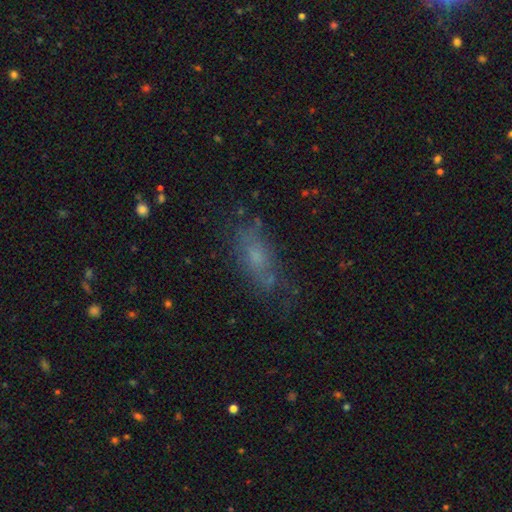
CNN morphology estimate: This is possibly a smooth galaxy (56%). How rounded: likely in between (71%). Merging: possibly none (59%).